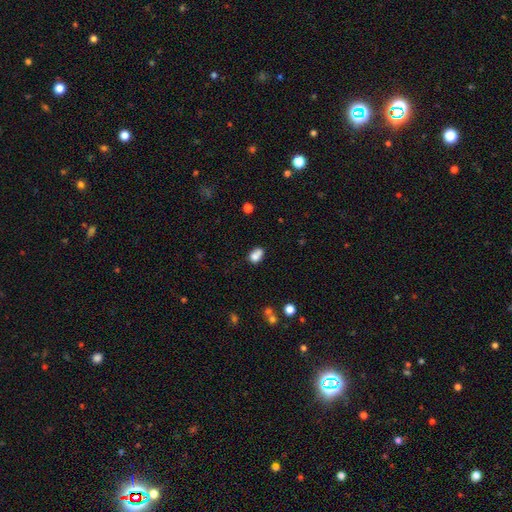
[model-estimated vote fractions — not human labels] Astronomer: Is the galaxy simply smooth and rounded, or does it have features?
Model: smooth — 77%.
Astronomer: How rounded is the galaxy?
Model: in between — 67%.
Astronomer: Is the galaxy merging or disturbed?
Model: merger — 40% (runner-up: none, 36%).